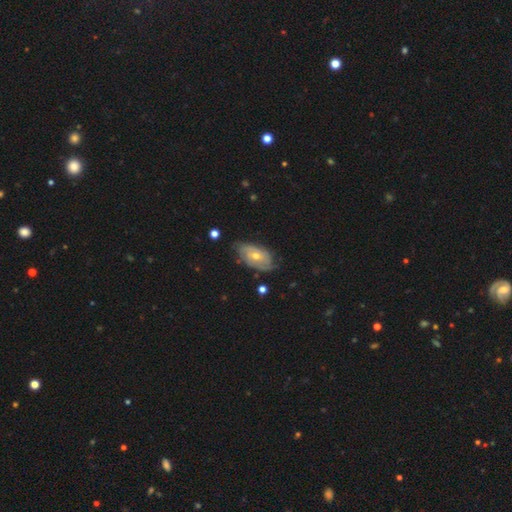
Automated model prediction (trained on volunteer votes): This appears to be a featured or disk galaxy (66%) with no bar (73%), spiral arms (82%) and a moderate central bulge (53%). Merging: none (70%).